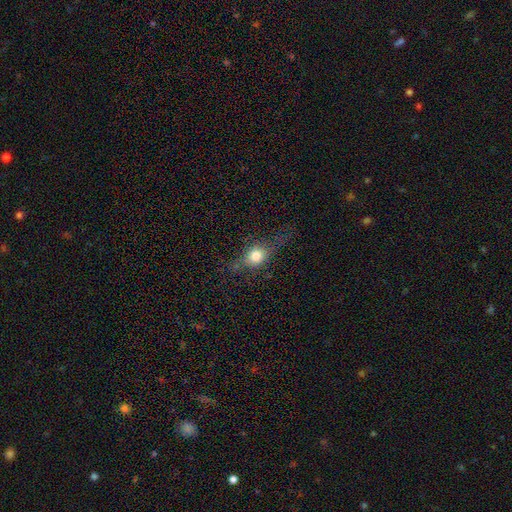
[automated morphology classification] Smooth or featured? smooth (64%)
How rounded? round (51%)
Merging? none (58%)